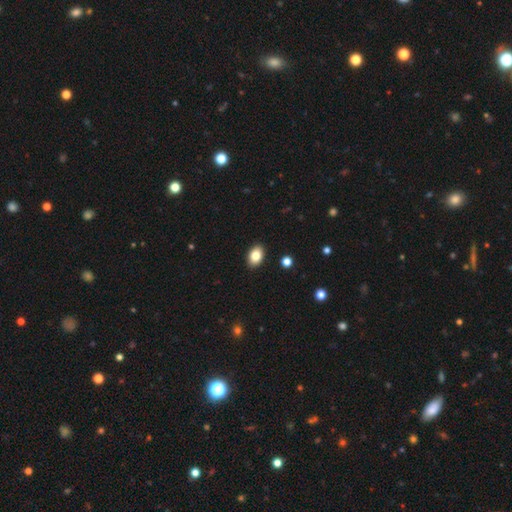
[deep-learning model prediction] smooth-or-featured: smooth: 83% | featured or disk: 9% | star or artifact: 8%
  how-rounded: in between: 87% | round: 12% | cigar-shaped: 1%
  merging: none: 90% | minor disturbance: 7% | major disturbance: 2% | merger: 1%